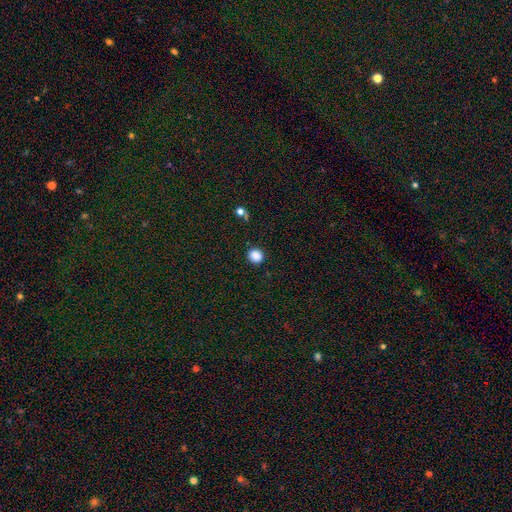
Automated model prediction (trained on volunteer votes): Smooth or featured? Predicted: smooth (p=0.87). How rounded? Predicted: round (p=0.85). Merging? Predicted: none (p=0.90).